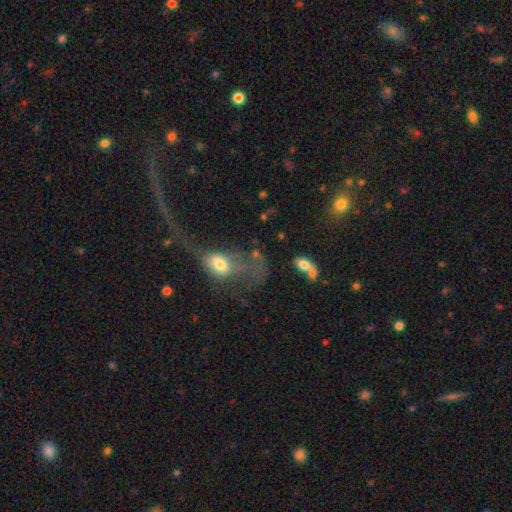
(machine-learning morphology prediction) A smooth galaxy with no disk features (52%) that is in between round and cigar-shaped (75%). Merging: major disturbance (46%).